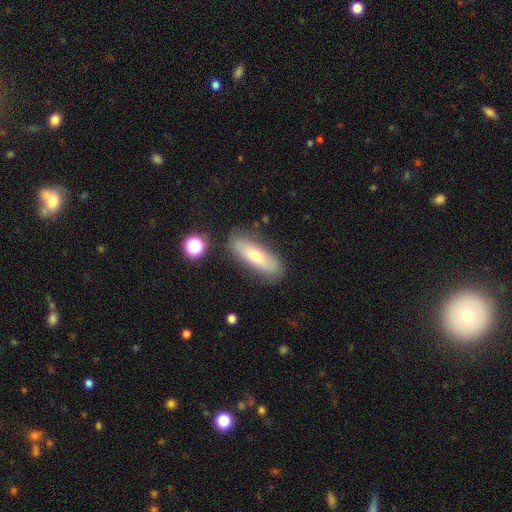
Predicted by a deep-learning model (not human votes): The model was most divided on "how rounded": in between: 53%, cigar-shaped: 44%, round: 3%. More confident: merging — none (79%); smooth or featured — smooth (62%).